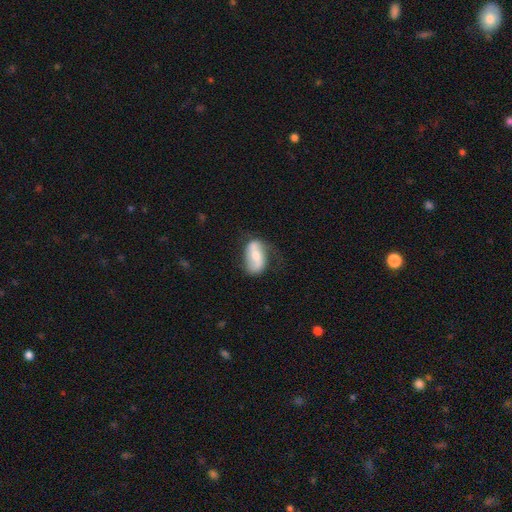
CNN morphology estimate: Q: Smooth or featured?
A: featured or disk (60%); runner-up: smooth (34%)
Q: Edge-on disk?
A: no (91%); runner-up: yes (9%)
Q: Bar?
A: strong (37%); runner-up: no (33%)
Q: Spiral arms?
A: yes (76%); runner-up: no (24%)
Q: Bulge size?
A: moderate (63%); runner-up: small (29%)
Q: Merging?
A: none (61%); runner-up: minor disturbance (25%)